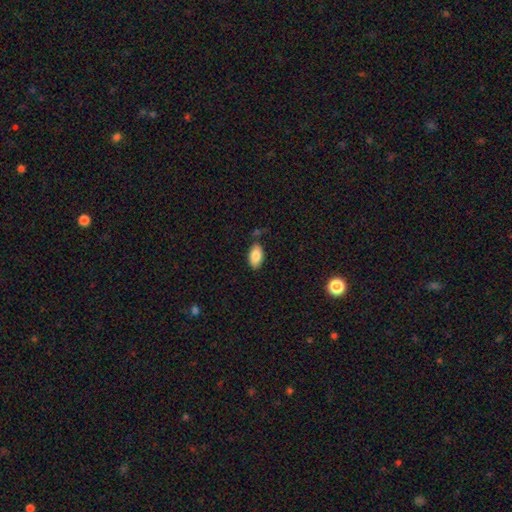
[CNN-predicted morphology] smooth 85%, featured or disk 8%, star or artifact 7%. Down the decision tree: how rounded — in between (94%); merging — none (78%).